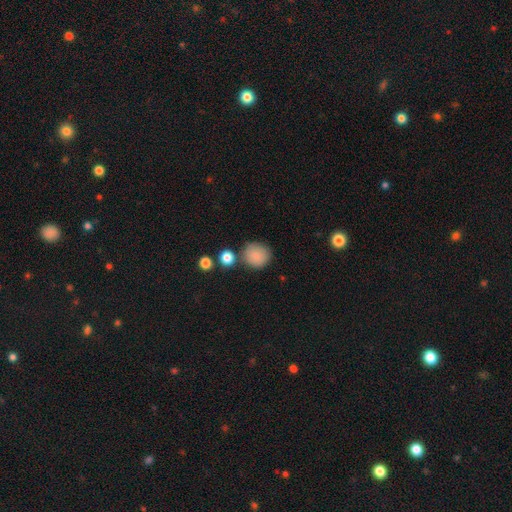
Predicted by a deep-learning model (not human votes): A smooth galaxy with no disk features (86%) that is round (88%). Merging: none (76%).